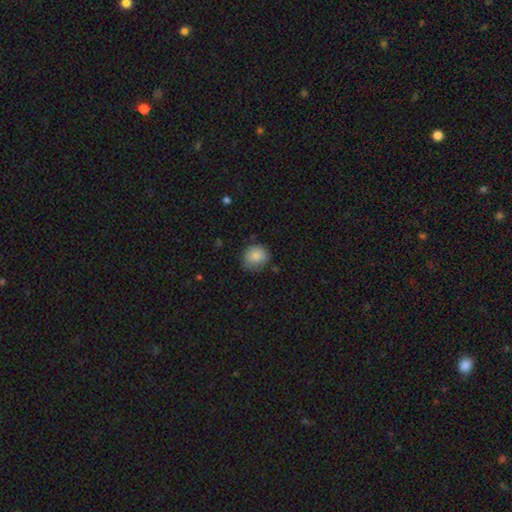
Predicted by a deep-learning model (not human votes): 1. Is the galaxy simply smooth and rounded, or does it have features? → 85% smooth, 9% star or artifact, 7% featured or disk.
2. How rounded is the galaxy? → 83% round, 16% in between, 1% cigar-shaped.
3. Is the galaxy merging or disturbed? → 73% none, 21% minor disturbance, 4% major disturbance, 2% merger.